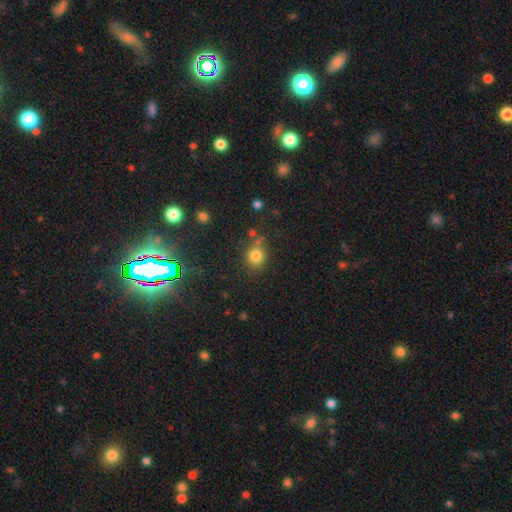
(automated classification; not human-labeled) Smooth or featured? smooth (80%)
How rounded? round (81%)
Merging? none (71%)